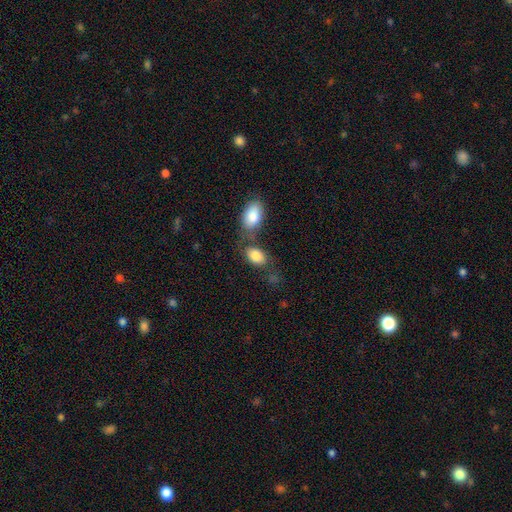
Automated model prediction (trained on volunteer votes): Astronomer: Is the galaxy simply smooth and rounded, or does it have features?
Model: smooth — 85%.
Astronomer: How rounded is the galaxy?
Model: in between — 87%.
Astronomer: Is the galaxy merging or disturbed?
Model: none — 50% (runner-up: merger, 28%).